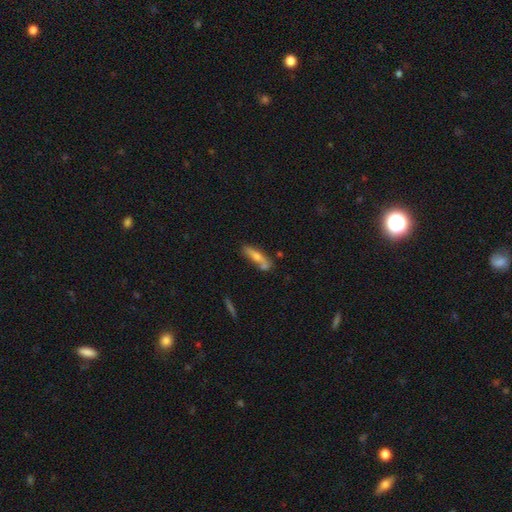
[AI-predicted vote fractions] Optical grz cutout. It shows a smooth galaxy with no disk features (55%) that is cigar-shaped (74%). Merging: none (60%).